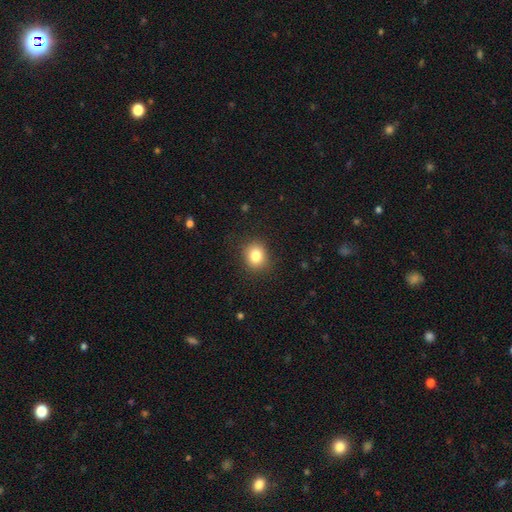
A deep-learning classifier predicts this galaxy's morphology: smooth 82%, star or artifact 11%, featured or disk 8%. Down the decision tree: how rounded — round (69%); merging — none (86%).